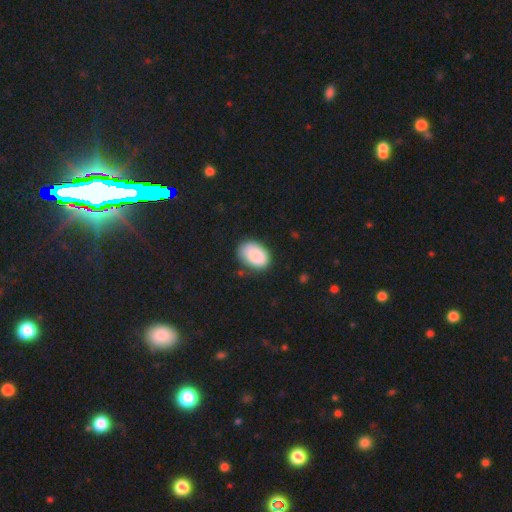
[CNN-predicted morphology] A smooth galaxy with no disk features (88%) that is in between round and cigar-shaped (86%).

Vote fractions:
- Smooth or featured? smooth: 88% / star or artifact: 7% / featured or disk: 5%
- How rounded? in between: 86% / round: 13% / cigar-shaped: 1%
- Merging? none: 71% / minor disturbance: 22% / major disturbance: 5% / merger: 2%